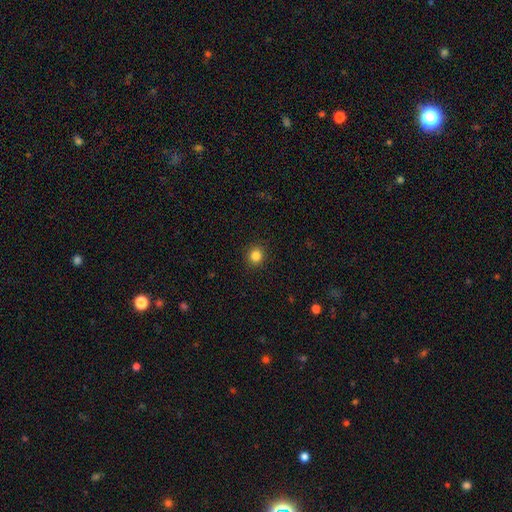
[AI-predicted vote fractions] A smooth galaxy with no disk features (84%) that is round (86%).

Vote fractions:
- Smooth or featured? smooth: 84% / star or artifact: 11% / featured or disk: 4%
- How rounded? round: 86% / in between: 13% / cigar-shaped: 1%
- Merging? none: 91% / minor disturbance: 6% / major disturbance: 2% / merger: 1%